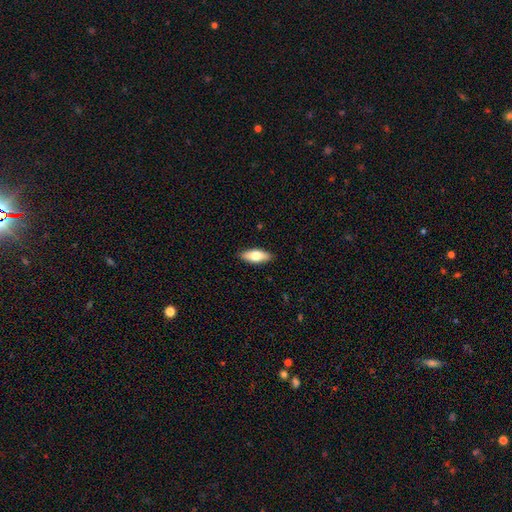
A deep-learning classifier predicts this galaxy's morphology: A smooth galaxy with no disk features (70%) that is in between round and cigar-shaped (77%). Merging: none (89%).